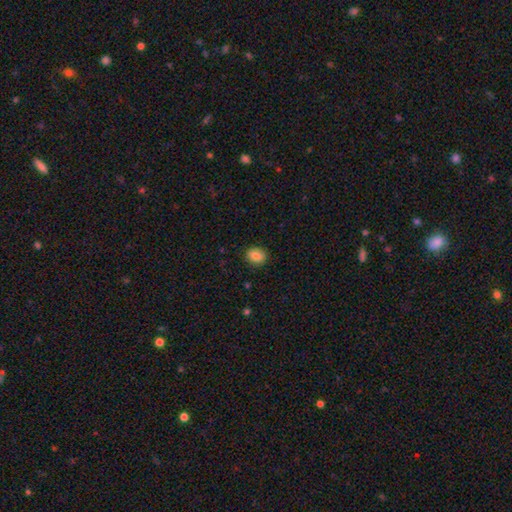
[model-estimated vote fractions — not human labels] Smooth or featured: smooth — 84% (star or artifact — 9%)
How rounded: in between — 51% (round — 48%)
Merging: none — 88% (minor disturbance — 8%)